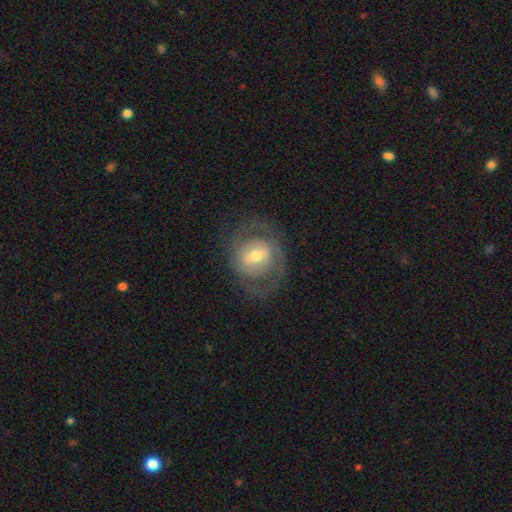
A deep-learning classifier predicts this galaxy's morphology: Smooth or featured? Predicted: featured or disk (p=0.64). Edge-on disk? Predicted: no (p=0.96). Bar? Predicted: weak (p=0.43). Spiral arms? Predicted: yes (p=0.62). Bulge size? Predicted: moderate (p=0.65). Merging? Predicted: none (p=0.69).